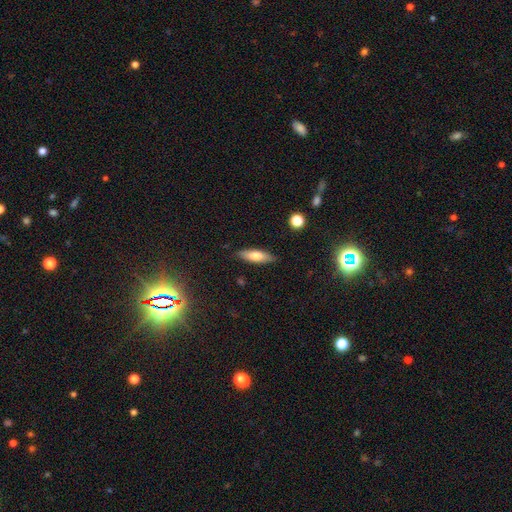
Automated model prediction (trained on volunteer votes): Q: Smooth or featured?
A: smooth (70%); runner-up: featured or disk (23%)
Q: How rounded?
A: cigar-shaped (51%); runner-up: in between (47%)
Q: Merging?
A: none (86%); runner-up: minor disturbance (11%)